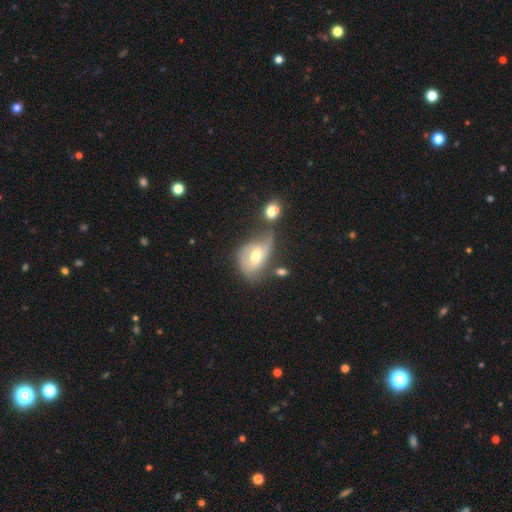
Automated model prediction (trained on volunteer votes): Smooth or featured? Predicted: featured or disk (p=0.54). Edge-on disk? Predicted: no (p=0.94). Bar? Predicted: no (p=0.49). Spiral arms? Predicted: yes (p=0.63). Bulge size? Predicted: moderate (p=0.69). Merging? Predicted: merger (p=0.31).